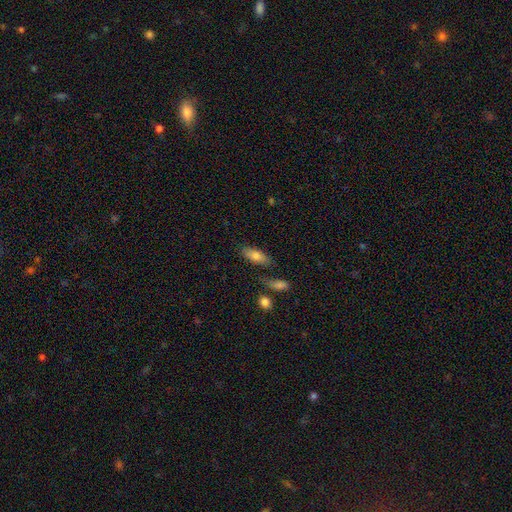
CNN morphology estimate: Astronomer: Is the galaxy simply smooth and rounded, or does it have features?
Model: smooth — 76%.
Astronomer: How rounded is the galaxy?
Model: in between — 75%.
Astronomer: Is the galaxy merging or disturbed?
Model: none — 70%.